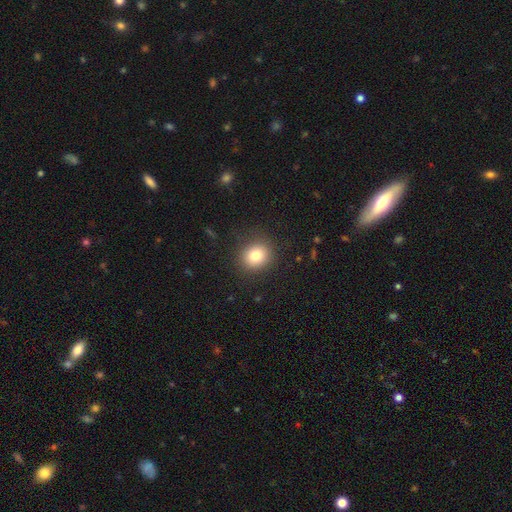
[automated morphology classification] A smooth galaxy with no disk features (80%) that is round (77%). Merging: none (88%).